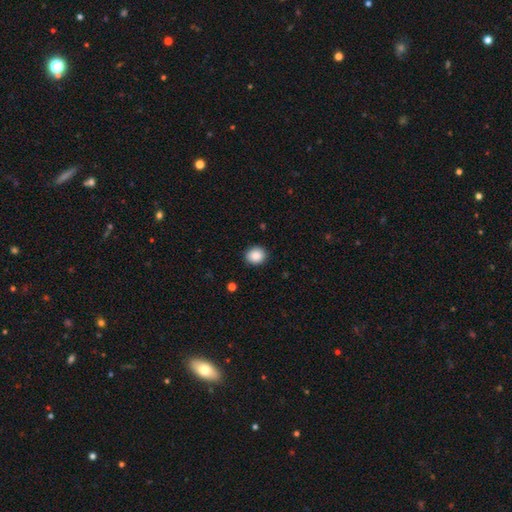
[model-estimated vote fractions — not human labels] The model was most divided on "how rounded": round: 73%, in between: 26%, cigar-shaped: 1%. More confident: merging — none (90%); smooth or featured — smooth (88%).